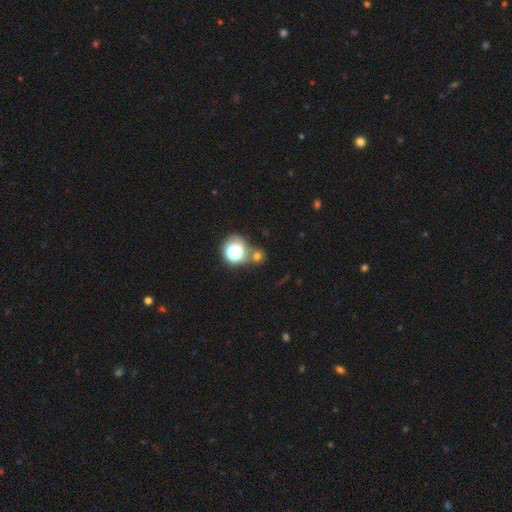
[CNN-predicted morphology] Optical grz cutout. It shows a star or artifact, not a galaxy (48%).